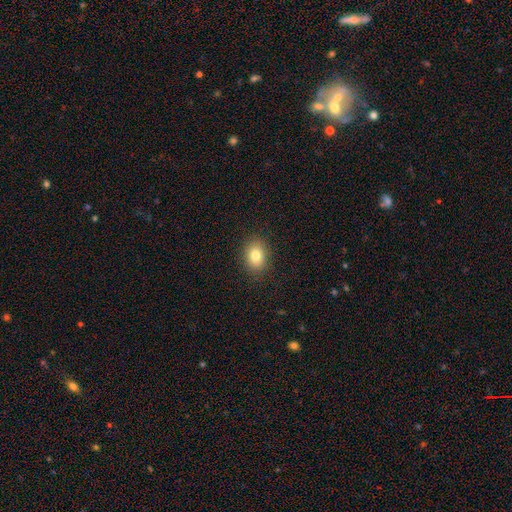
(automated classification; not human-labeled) Q: Smooth or featured?
A: smooth (80%); runner-up: star or artifact (10%)
Q: How rounded?
A: in between (63%); runner-up: round (36%)
Q: Merging?
A: none (88%); runner-up: minor disturbance (9%)